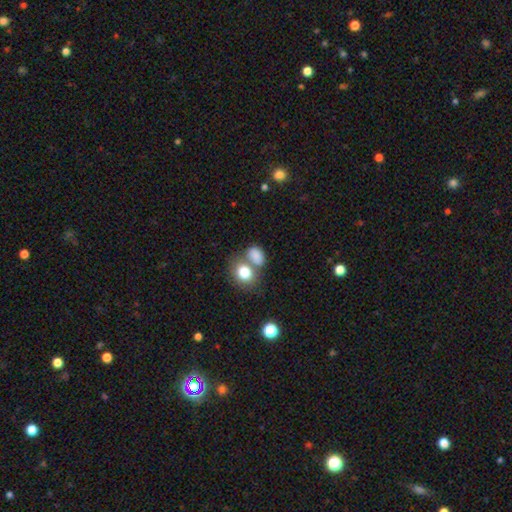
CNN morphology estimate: Q: Smooth or featured?
A: smooth (81%); runner-up: star or artifact (10%)
Q: How rounded?
A: in between (63%); runner-up: round (36%)
Q: Merging?
A: merger (46%); runner-up: none (37%)